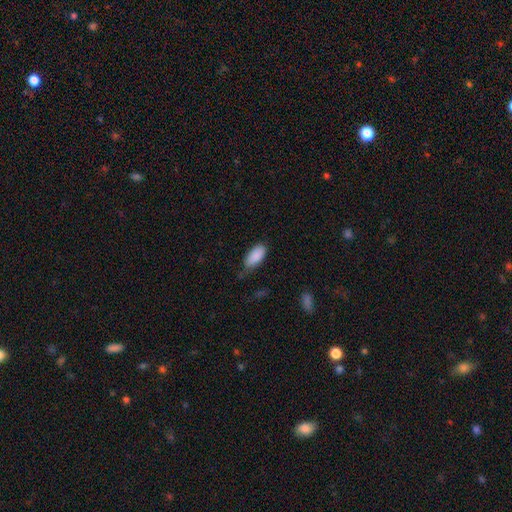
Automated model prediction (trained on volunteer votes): Smooth or featured? smooth (89%)
How rounded? in between (92%)
Merging? none (65%)